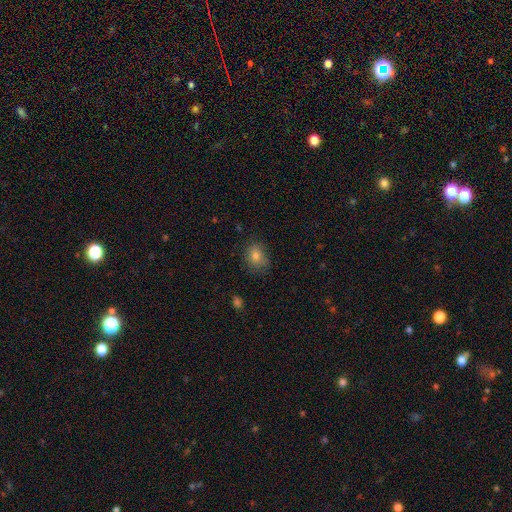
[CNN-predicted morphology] Overall: smooth (81%). How rounded: in between (50%; round 49%). Merging: none (76%).